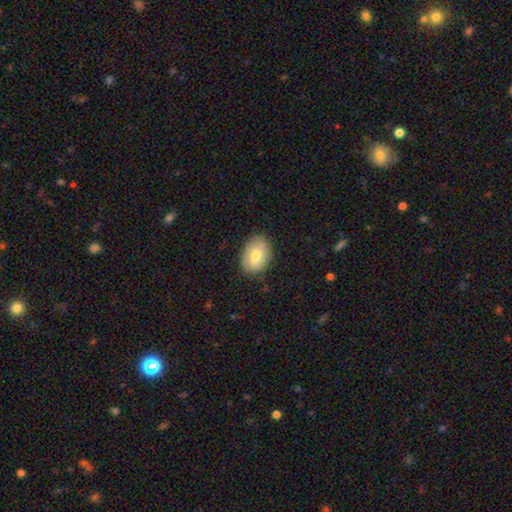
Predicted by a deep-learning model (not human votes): Smooth or featured? smooth (74%)
How rounded? in between (82%)
Merging? none (83%)